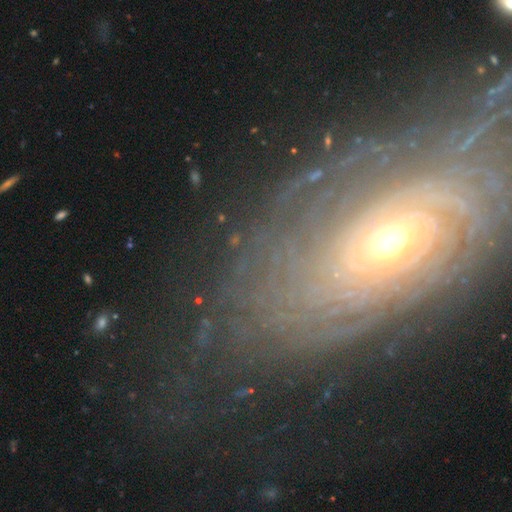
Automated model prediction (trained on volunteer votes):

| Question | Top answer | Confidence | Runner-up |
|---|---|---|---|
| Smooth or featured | featured or disk | 78% | star or artifact (12%) |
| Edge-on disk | no | 93% | yes (7%) |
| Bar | no | 64% | weak (23%) |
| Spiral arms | yes | 89% | no (11%) |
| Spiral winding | tight | 83% | medium (12%) |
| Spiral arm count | can't tell | 35% | more than 4 (26%) |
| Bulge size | moderate | 57% | small (35%) |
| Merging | none | 77% | minor disturbance (12%) |